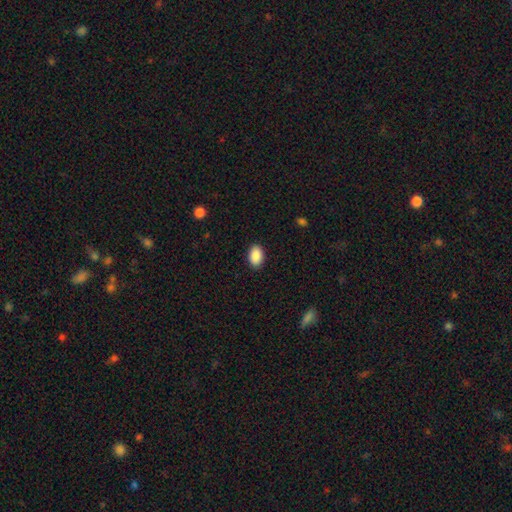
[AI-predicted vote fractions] Smooth or featured?
  - smooth: 90% *
  - star or artifact: 7%
  - featured or disk: 3%
How rounded?
  - in between: 88% *
  - round: 11%
  - cigar-shaped: 1%
Merging?
  - none: 89% *
  - minor disturbance: 8%
  - major disturbance: 2%
  - merger: 1%